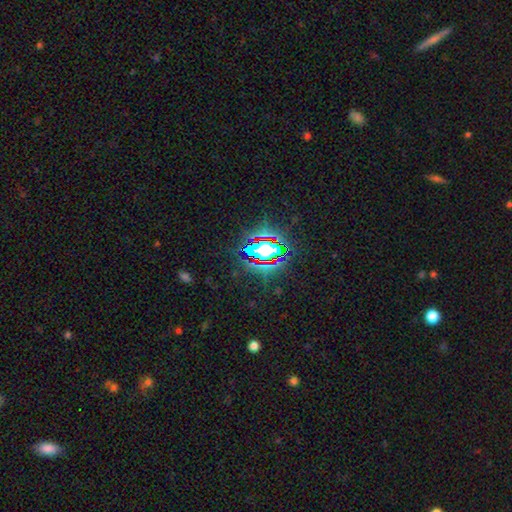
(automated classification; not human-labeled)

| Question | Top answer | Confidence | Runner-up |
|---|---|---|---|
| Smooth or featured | star or artifact | 75% | smooth (15%) |